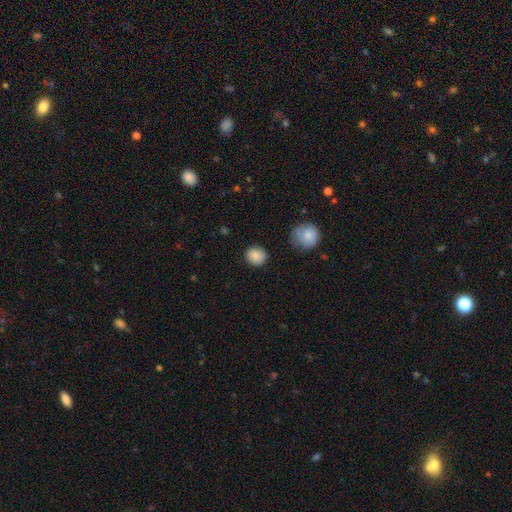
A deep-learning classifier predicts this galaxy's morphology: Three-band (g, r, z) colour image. It shows a smooth galaxy with no disk features (88%) that is round (84%). Merging: none (86%).